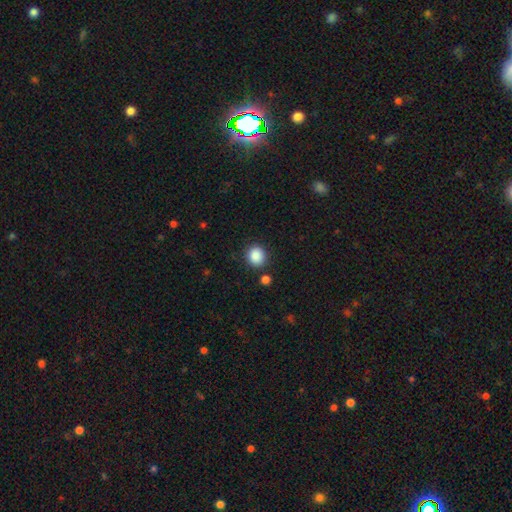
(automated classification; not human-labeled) Smooth or featured?
  - smooth: 88% *
  - star or artifact: 9%
  - featured or disk: 3%
How rounded?
  - round: 78% *
  - in between: 21%
  - cigar-shaped: 1%
Merging?
  - none: 84% *
  - minor disturbance: 9%
  - merger: 4%
  - major disturbance: 3%